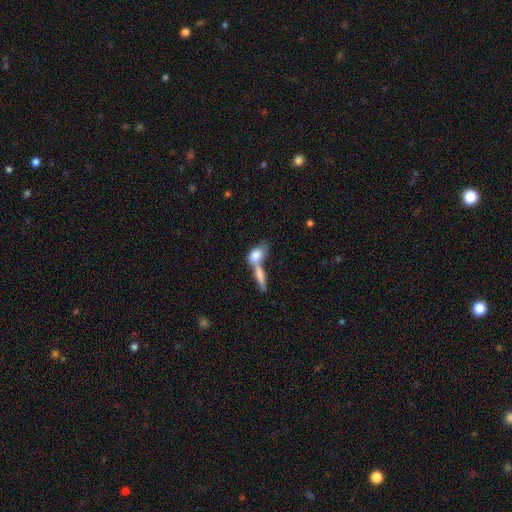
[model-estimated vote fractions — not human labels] Q: Smooth or featured?
A: smooth (75%); runner-up: featured or disk (18%)
Q: How rounded?
A: in between (74%); runner-up: cigar-shaped (15%)
Q: Merging?
A: merger (64%); runner-up: none (22%)